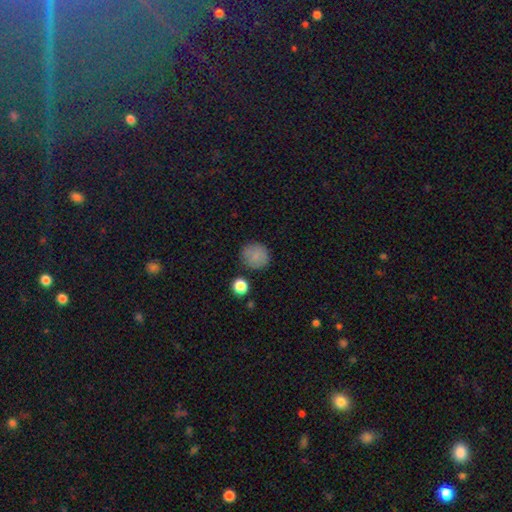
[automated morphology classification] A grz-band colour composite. It shows a smooth galaxy with no disk features (84%) that is round (89%). Merging: none (83%).